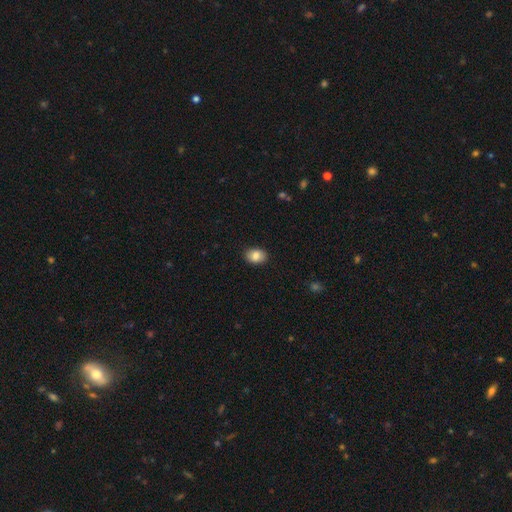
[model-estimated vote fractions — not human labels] Overall: smooth (86%). How rounded: in between (74%). Merging: none (89%).